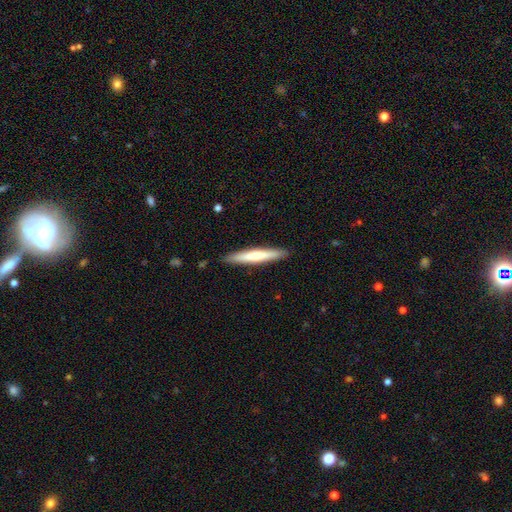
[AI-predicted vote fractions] This appears to be a smooth galaxy with no disk features (58%) that is cigar-shaped (95%). Merging: none (90%).